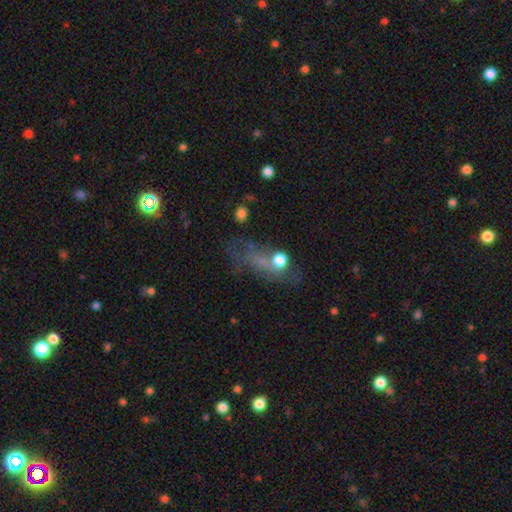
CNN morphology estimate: Smooth or featured? smooth (43%)
Merging? none (36%)